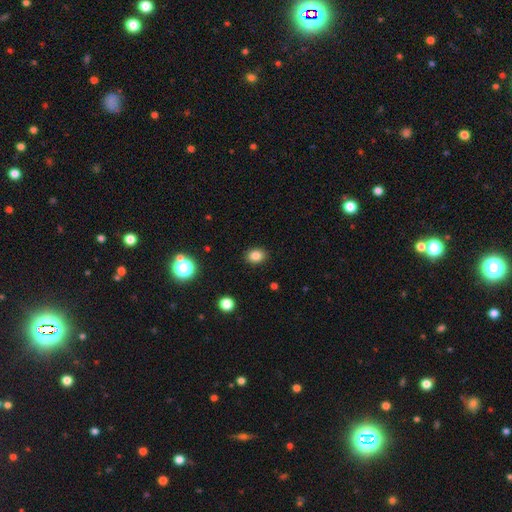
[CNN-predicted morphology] The model was most divided on "how rounded": in between: 52%, round: 47%, cigar-shaped: 1%. More confident: merging — none (90%); smooth or featured — smooth (83%).